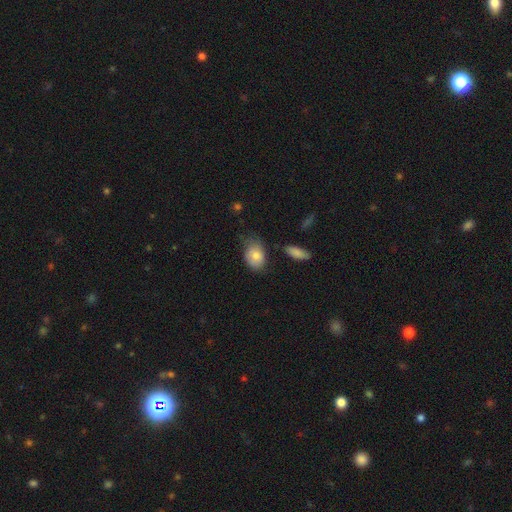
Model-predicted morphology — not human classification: type=smooth (78%); roundness=in between (76%); merging=none (56%).